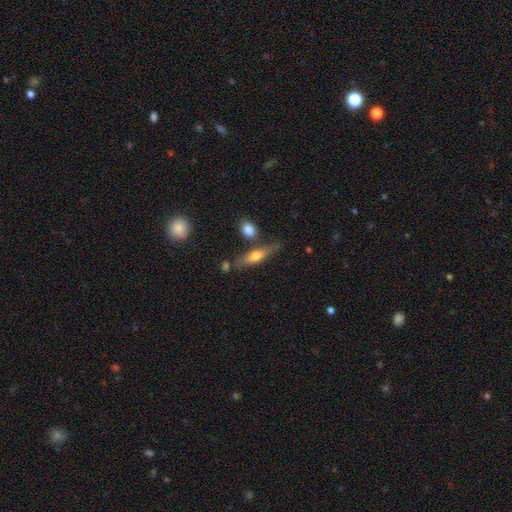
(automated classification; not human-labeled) Q: Smooth or featured?
A: smooth (49%); runner-up: featured or disk (44%)
Q: Merging?
A: none (65%); runner-up: minor disturbance (17%)